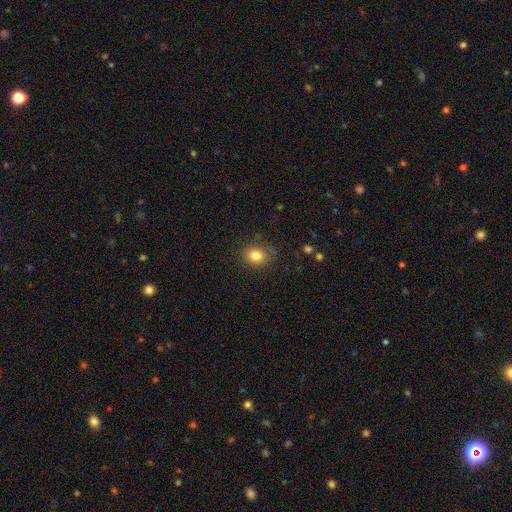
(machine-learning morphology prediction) Q: Smooth or featured?
A: smooth (82%); runner-up: star or artifact (10%)
Q: How rounded?
A: in between (50%); runner-up: round (49%)
Q: Merging?
A: none (83%); runner-up: minor disturbance (12%)